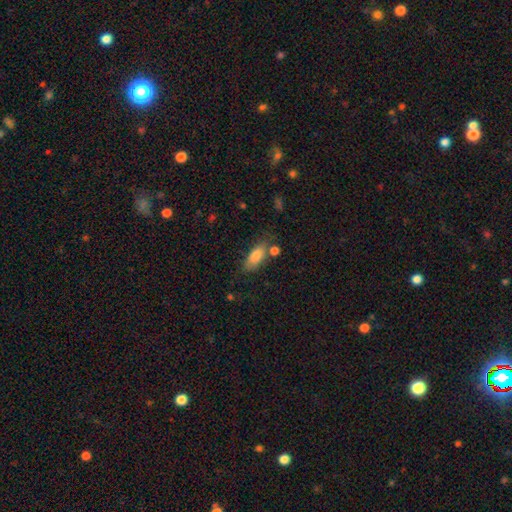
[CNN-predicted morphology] Smooth or featured? smooth (80%)
How rounded? in between (78%)
Merging? none (65%)